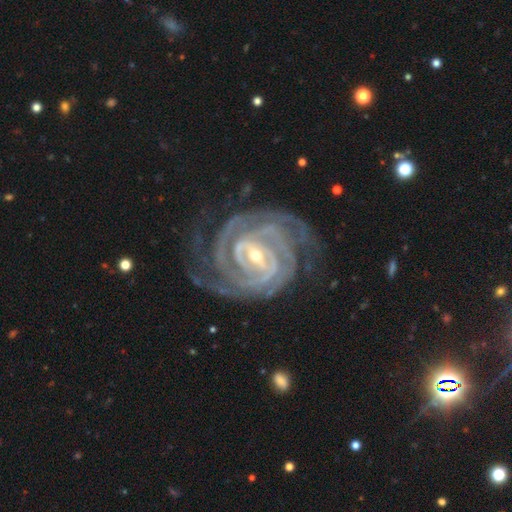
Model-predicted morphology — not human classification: smooth_or_featured: featured or disk (p=0.94) [alt: star or artifact p=0.04]
disk_edge_on: no (p=0.98) [alt: yes p=0.02]
bar: strong (p=0.51) [alt: weak p=0.37]
has_spiral_arms: yes (p=0.99) [alt: no p=0.01]
spiral_winding: tight (p=0.82) [alt: medium p=0.16]
spiral_arm_count: 2 (p=0.24) [tied with: 3 p=0.24]
bulge_size: small (p=0.60) [alt: moderate p=0.37]
merging: none (p=0.75) [alt: minor disturbance p=0.16]